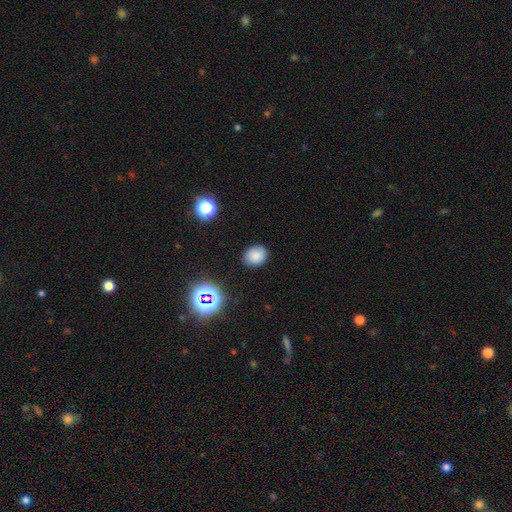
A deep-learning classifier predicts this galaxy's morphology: This is clearly a smooth galaxy (81%). How rounded: possibly round (54%). Merging: clearly none (84%).